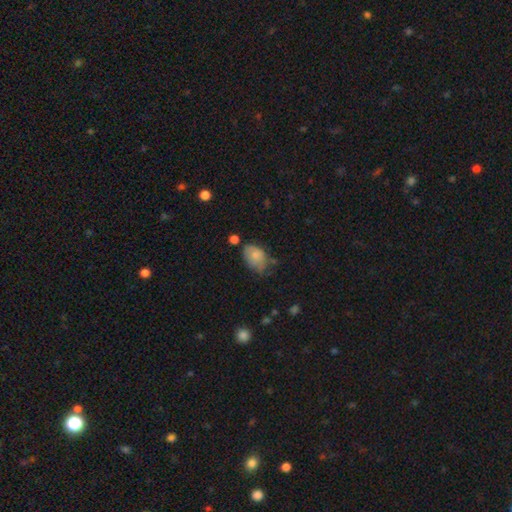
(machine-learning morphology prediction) Smooth or featured? Predicted: smooth (p=0.79). How rounded? Predicted: in between (p=0.86). Merging? Predicted: none (p=0.44).